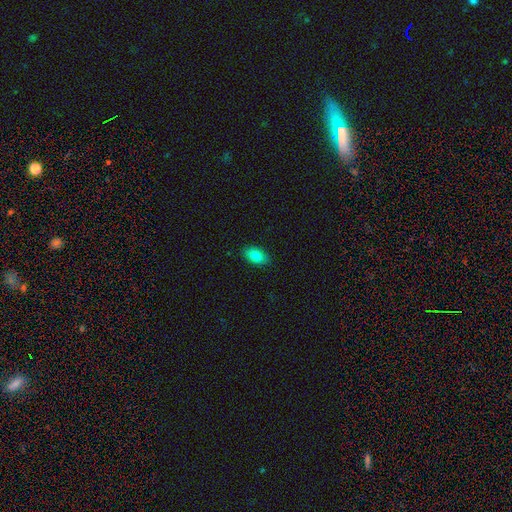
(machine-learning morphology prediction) smooth_or_featured: smooth (p=0.84) [alt: star or artifact p=0.08]
how_rounded: in between (p=0.92) [alt: round p=0.06]
merging: none (p=0.88) [alt: minor disturbance p=0.09]